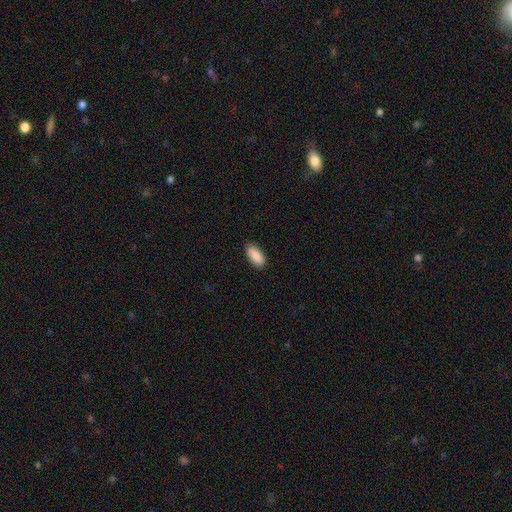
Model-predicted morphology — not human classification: Smooth or featured? Predicted: smooth (p=0.89). How rounded? Predicted: in between (p=0.90). Merging? Predicted: none (p=0.88).